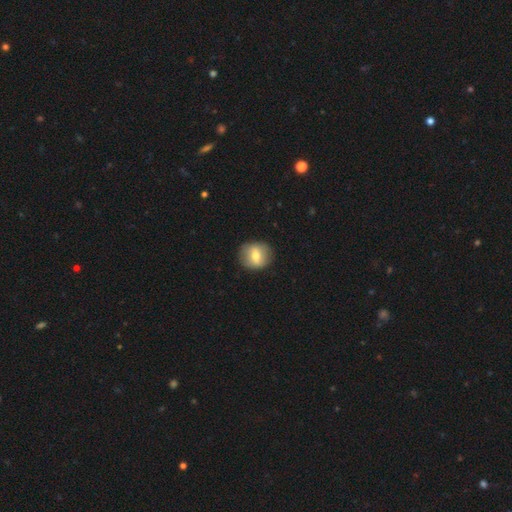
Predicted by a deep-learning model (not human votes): Overall: smooth (57%; featured or disk 35%). How rounded: round (79%). Merging: none (86%).